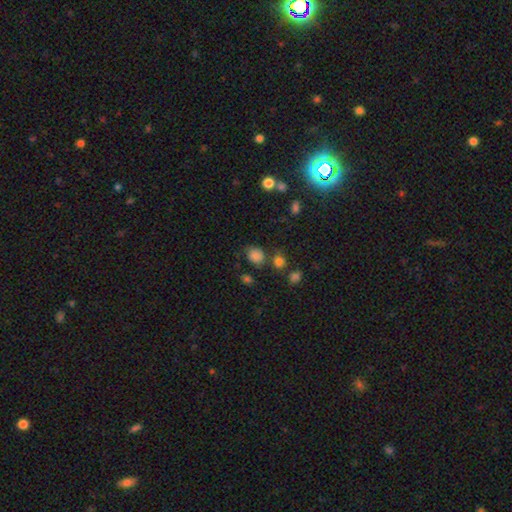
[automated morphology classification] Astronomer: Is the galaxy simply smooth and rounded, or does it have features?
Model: smooth — 79%.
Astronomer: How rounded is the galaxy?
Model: round — 62%.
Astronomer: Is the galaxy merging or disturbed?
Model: none — 64%.